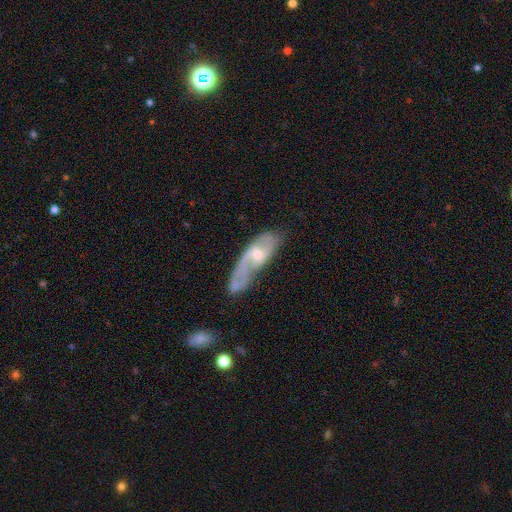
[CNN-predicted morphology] type=featured or disk (69%); edge-on=no (83%); bar=no (52%); spiral arms=yes (78%); bulge=small (52%); merging=none (38%).